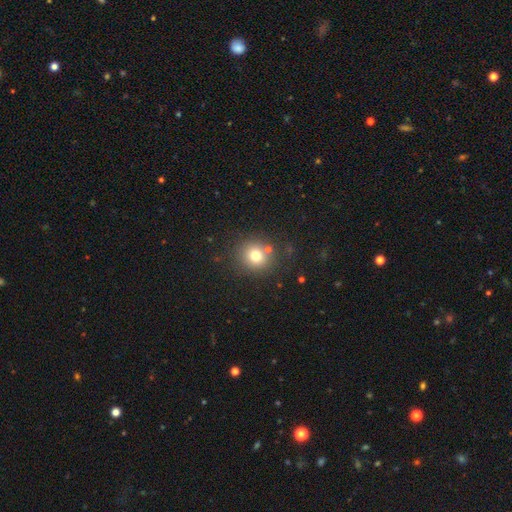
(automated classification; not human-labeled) Smooth or featured?
  - smooth: 75% *
  - star or artifact: 15%
  - featured or disk: 10%
How rounded?
  - round: 88% *
  - in between: 11%
  - cigar-shaped: 1%
Merging?
  - none: 81% *
  - minor disturbance: 9%
  - merger: 7%
  - major disturbance: 3%